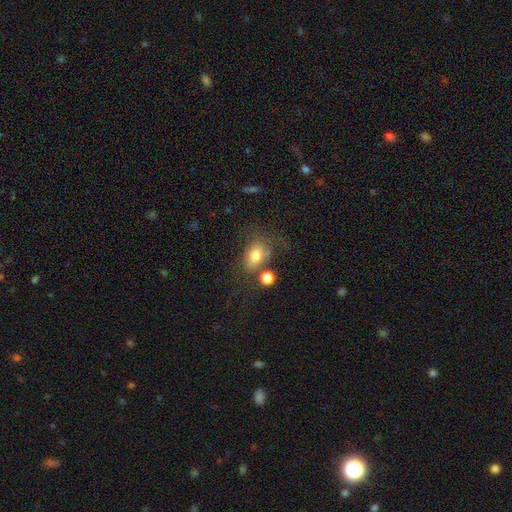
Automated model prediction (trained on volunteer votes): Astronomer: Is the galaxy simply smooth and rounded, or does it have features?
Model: smooth — 75%.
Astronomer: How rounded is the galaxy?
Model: in between — 70%.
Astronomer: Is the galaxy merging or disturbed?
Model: none — 52%.